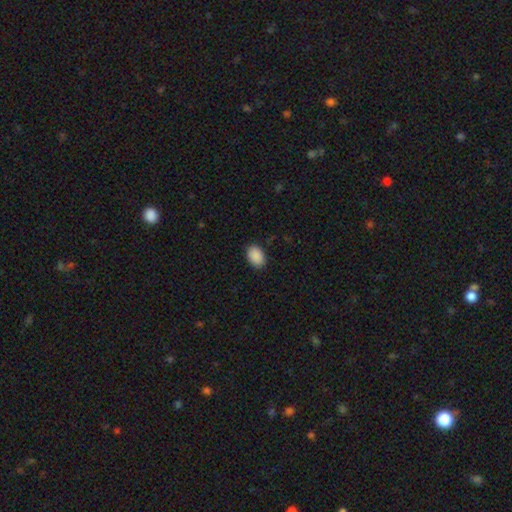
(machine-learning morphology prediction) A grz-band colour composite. It shows a smooth galaxy with no disk features (91%) that is in between round and cigar-shaped (85%). Merging: none (88%).